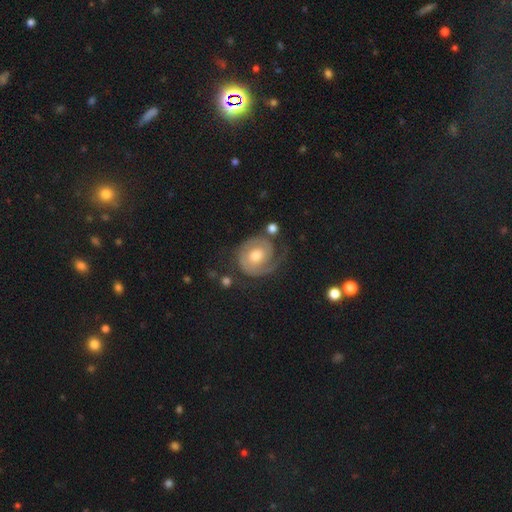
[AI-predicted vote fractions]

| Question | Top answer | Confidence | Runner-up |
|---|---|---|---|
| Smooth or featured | featured or disk | 80% | smooth (14%) |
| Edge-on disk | no | 98% | yes (2%) |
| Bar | no | 70% | weak (25%) |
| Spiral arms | yes | 93% | no (7%) |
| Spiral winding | tight | 62% | medium (28%) |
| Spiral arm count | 2 | 49% | 1 (36%) |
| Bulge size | moderate | 71% | small (16%) |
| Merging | none | 62% | minor disturbance (19%) |